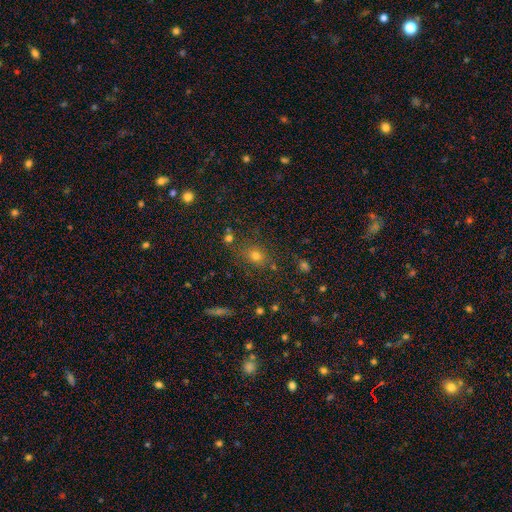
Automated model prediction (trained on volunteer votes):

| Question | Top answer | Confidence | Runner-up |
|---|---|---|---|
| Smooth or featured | smooth | 66% | star or artifact (25%) |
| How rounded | round | 65% | in between (34%) |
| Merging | none | 79% | minor disturbance (12%) |